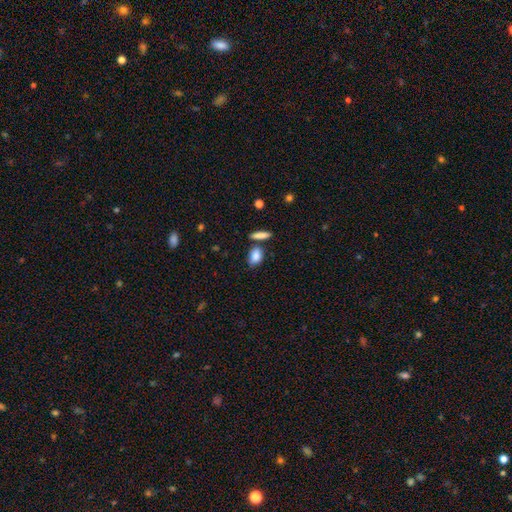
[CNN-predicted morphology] smooth 85%, featured or disk 8%, star or artifact 7%. Down the decision tree: how rounded — in between (81%); merging — none (66%).